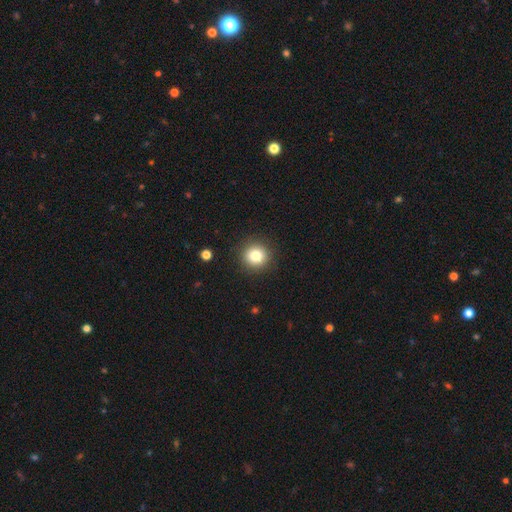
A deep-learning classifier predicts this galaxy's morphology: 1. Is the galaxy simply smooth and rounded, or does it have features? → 83% smooth, 11% star or artifact, 6% featured or disk.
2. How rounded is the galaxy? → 92% round, 7% in between, 1% cigar-shaped.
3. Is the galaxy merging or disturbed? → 90% none, 6% minor disturbance, 2% major disturbance, 1% merger.